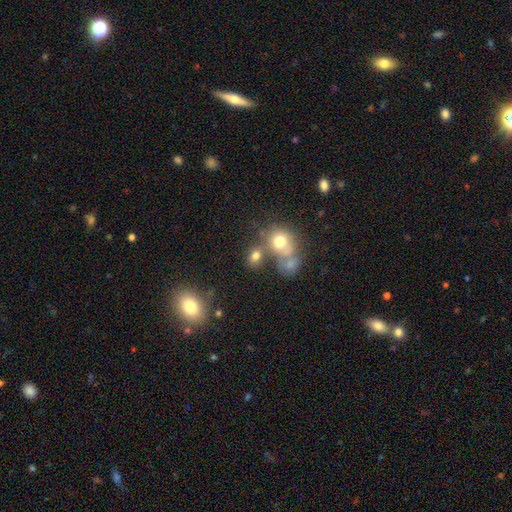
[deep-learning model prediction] smooth_or_featured: smooth (p=0.72) [alt: star or artifact p=0.15]
how_rounded: round (p=0.50) [alt: in between p=0.49]
merging: none (p=0.47) [alt: merger p=0.35]